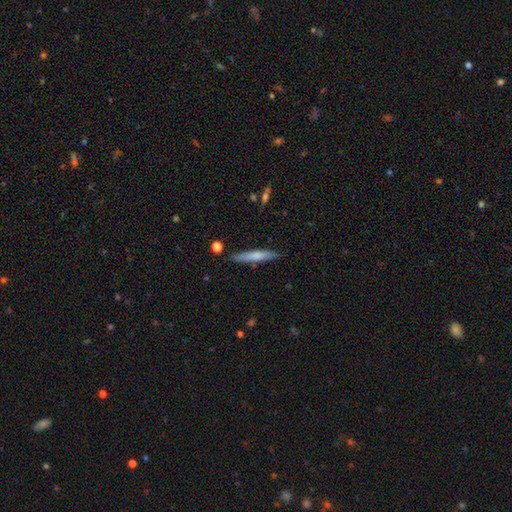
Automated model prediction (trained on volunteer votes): smooth 66%, featured or disk 28%, star or artifact 6%. Down the decision tree: how rounded — cigar-shaped (92%); merging — none (86%).